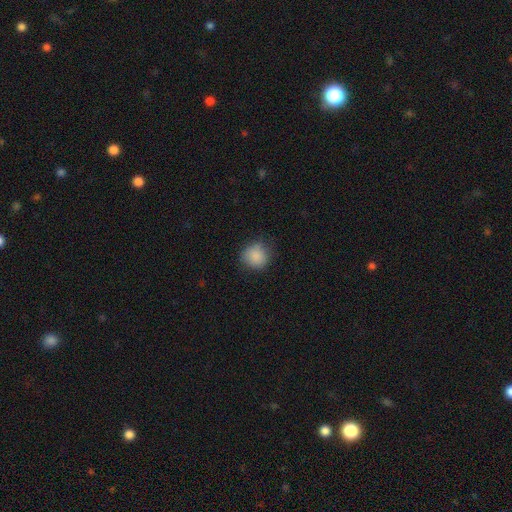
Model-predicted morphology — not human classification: Smooth or featured? Predicted: smooth (p=0.87). How rounded? Predicted: round (p=0.88). Merging? Predicted: none (p=0.78).